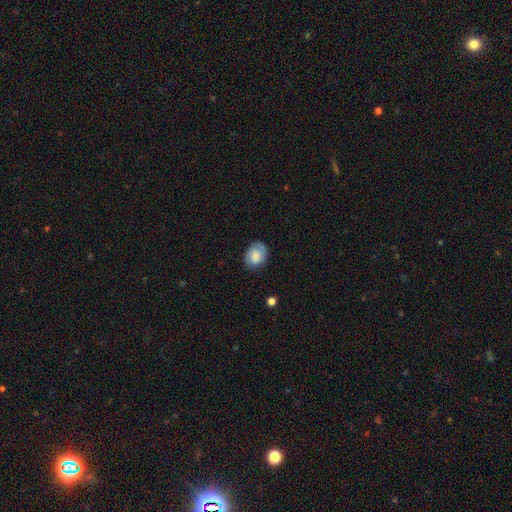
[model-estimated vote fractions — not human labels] This appears to be a smooth galaxy with no disk features (62%) that is in between round and cigar-shaped (54%). Merging: none (73%).